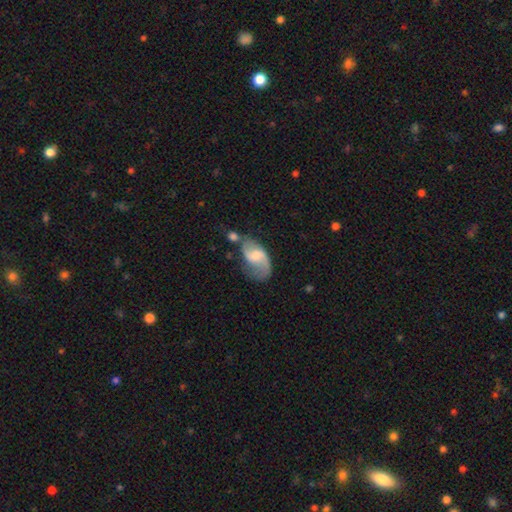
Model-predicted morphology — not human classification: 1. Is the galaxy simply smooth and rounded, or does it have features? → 68% featured or disk, 26% smooth, 6% star or artifact.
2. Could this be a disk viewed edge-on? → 96% no, 4% yes.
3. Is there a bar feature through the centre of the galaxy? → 53% weak, 36% no, 12% strong.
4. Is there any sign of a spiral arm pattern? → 90% yes, 10% no.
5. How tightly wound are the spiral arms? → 56% loose, 35% medium, 9% tight.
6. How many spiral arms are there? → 83% 2, 8% 1, 6% can't tell, 1% 3, 1% 4, 1% more than 4.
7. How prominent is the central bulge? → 43% moderate, 35% small, 11% none, 8% large, 2% dominant.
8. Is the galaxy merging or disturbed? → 47% none, 24% minor disturbance, 15% merger, 14% major disturbance.